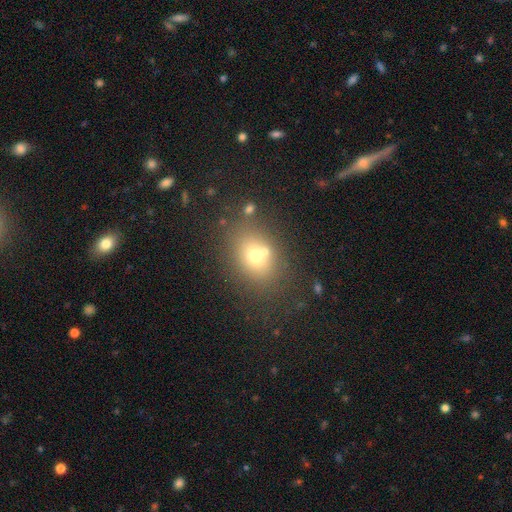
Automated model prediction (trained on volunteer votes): Smooth or featured?
  - smooth: 65% *
  - featured or disk: 18%
  - star or artifact: 16%
How rounded?
  - in between: 59% *
  - round: 39%
  - cigar-shaped: 1%
Merging?
  - none: 61% *
  - merger: 23%
  - minor disturbance: 12%
  - major disturbance: 5%